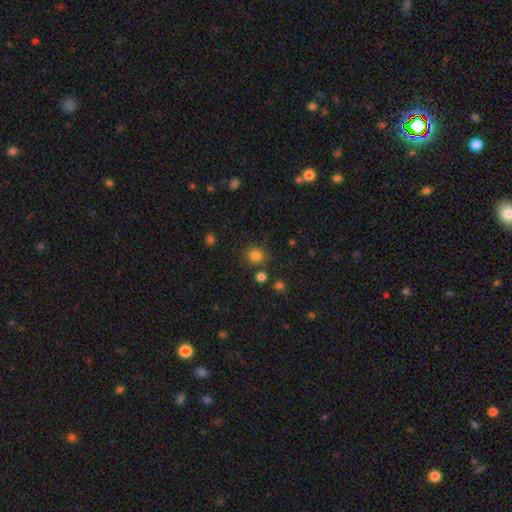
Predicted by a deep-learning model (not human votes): The model was most divided on "smooth or featured": smooth: 82%, star or artifact: 14%, featured or disk: 5%. More confident: how rounded — round (87%); merging — none (81%).